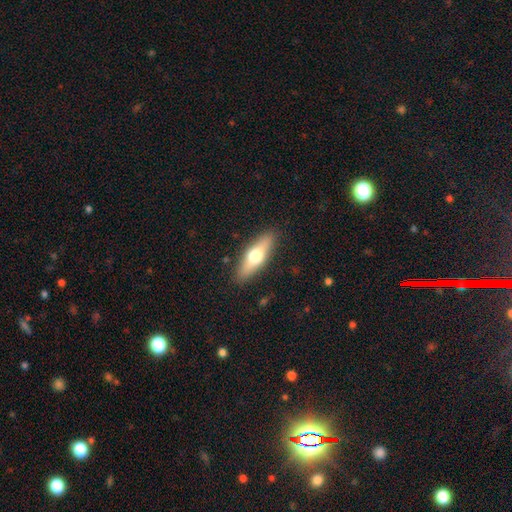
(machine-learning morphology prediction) A smooth galaxy with no disk features (55%) that is cigar-shaped (52%). Merging: none (88%).